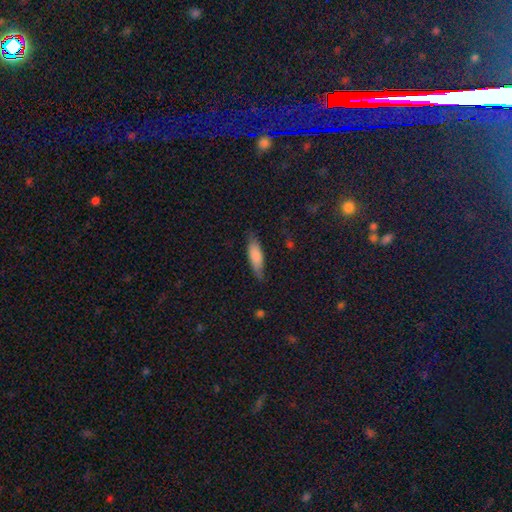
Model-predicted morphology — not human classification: This is likely a smooth galaxy (80%). How rounded: possibly in between (53%). Merging: likely none (76%).